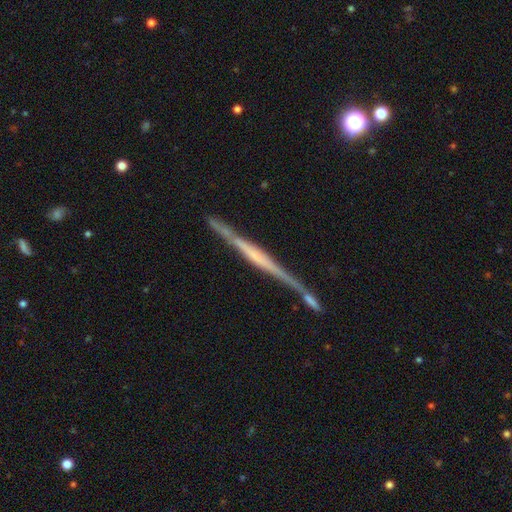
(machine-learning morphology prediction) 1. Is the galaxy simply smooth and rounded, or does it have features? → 79% featured or disk, 15% smooth, 6% star or artifact.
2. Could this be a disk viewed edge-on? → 97% yes, 3% no.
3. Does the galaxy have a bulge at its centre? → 39% none, 35% boxy, 26% rounded.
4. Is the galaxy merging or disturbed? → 71% none, 15% minor disturbance, 9% merger, 5% major disturbance.